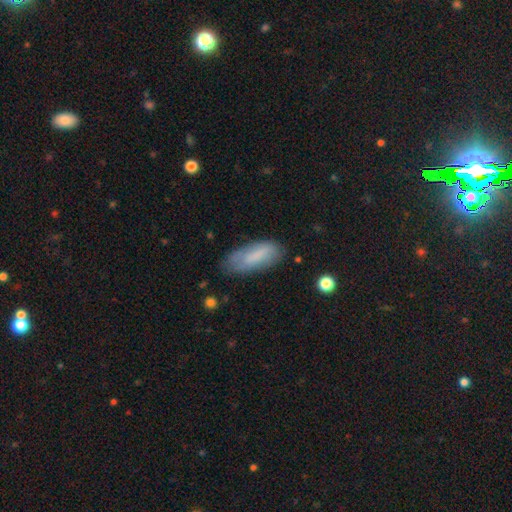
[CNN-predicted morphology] Smooth or featured: smooth — 76% (featured or disk — 17%)
How rounded: in between — 74% (cigar-shaped — 24%)
Merging: none — 67% (minor disturbance — 25%)